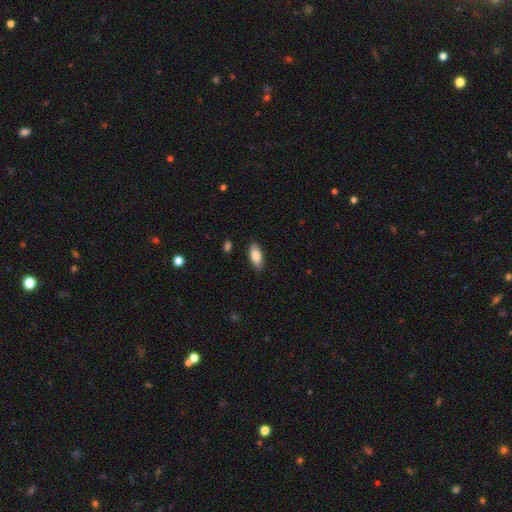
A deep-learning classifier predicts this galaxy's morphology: A smooth galaxy with no disk features (81%) that is in between round and cigar-shaped (87%).

Vote fractions:
- Smooth or featured? smooth: 81% / featured or disk: 13% / star or artifact: 6%
- How rounded? in between: 87% / cigar-shaped: 11% / round: 2%
- Merging? none: 87% / minor disturbance: 9% / major disturbance: 2% / merger: 1%